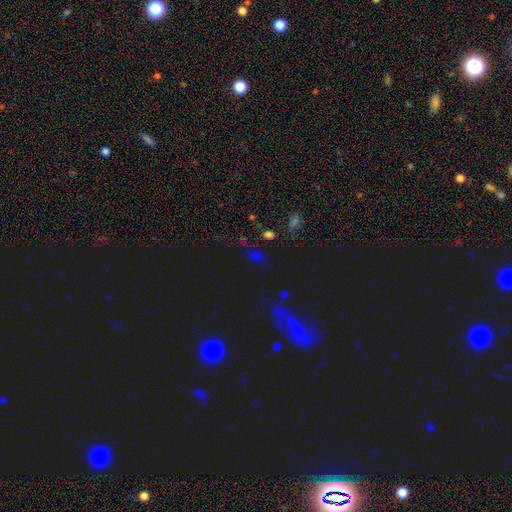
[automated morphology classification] Smooth or featured?
  - star or artifact: 52% *
  - smooth: 37%
  - featured or disk: 11%